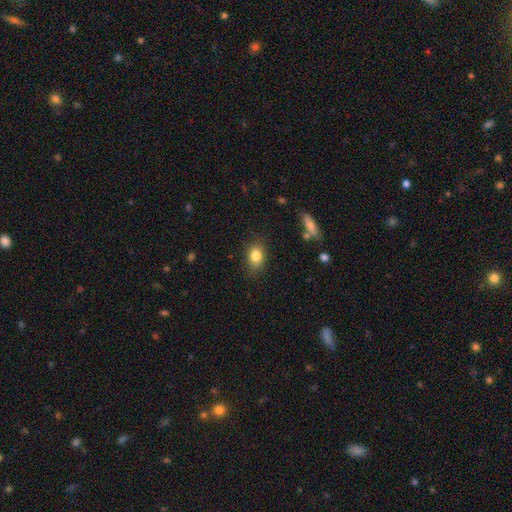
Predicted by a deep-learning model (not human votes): A smooth galaxy with no disk features (82%) that is in between round and cigar-shaped (70%).

Vote fractions:
- Smooth or featured? smooth: 82% / star or artifact: 9% / featured or disk: 9%
- How rounded? in between: 70% / round: 28% / cigar-shaped: 2%
- Merging? none: 81% / minor disturbance: 14% / major disturbance: 3% / merger: 2%